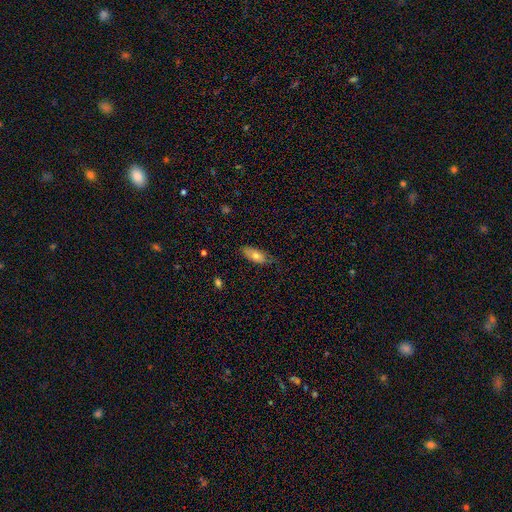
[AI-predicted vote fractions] Morphology: type=smooth (70%); roundness=in between (79%); merging=none (64%).